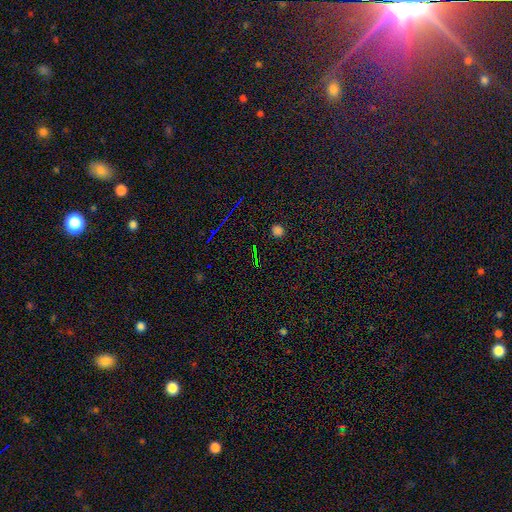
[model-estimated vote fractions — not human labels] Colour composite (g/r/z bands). It shows a star or artifact, not a galaxy (74%).